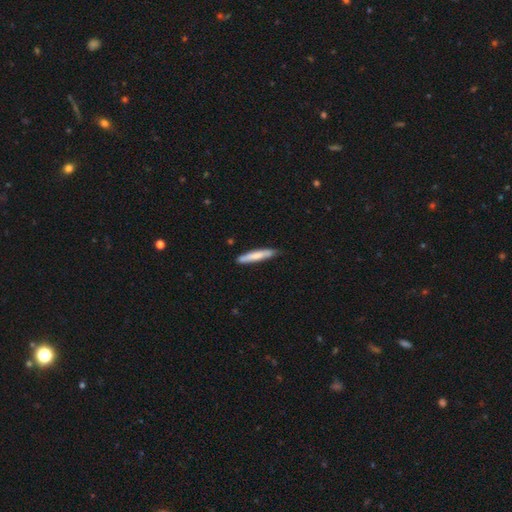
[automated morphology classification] This appears to be a smooth galaxy with no disk features (74%) that is cigar-shaped (92%). Merging: none (81%).